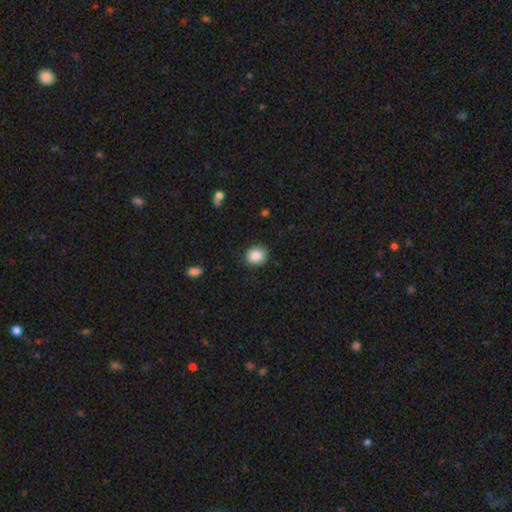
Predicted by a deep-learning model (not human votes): smooth_or_featured: smooth (p=0.88) [alt: star or artifact p=0.09]
how_rounded: round (p=0.73) [alt: in between p=0.26]
merging: none (p=0.87) [alt: minor disturbance p=0.09]